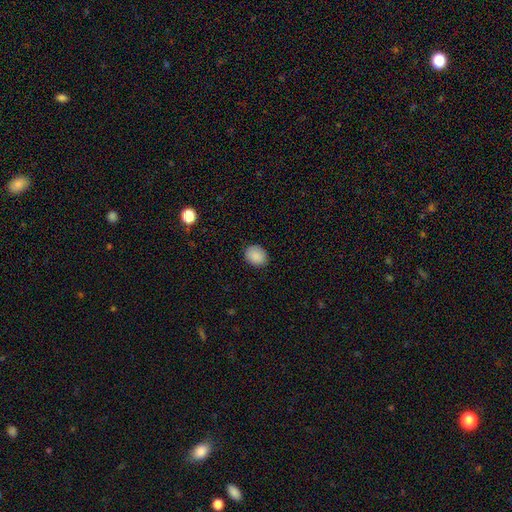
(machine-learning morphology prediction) This appears to be a smooth galaxy with no disk features (89%) that is round (52%). Merging: none (86%).